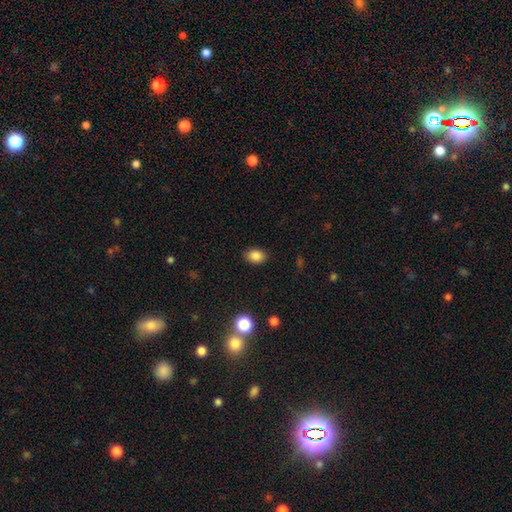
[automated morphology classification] A smooth galaxy with no disk features (85%) that is in between round and cigar-shaped (73%).

Vote fractions:
- Smooth or featured? smooth: 85% / star or artifact: 10% / featured or disk: 5%
- How rounded? in between: 73% / round: 26% / cigar-shaped: 1%
- Merging? none: 87% / minor disturbance: 9% / major disturbance: 2% / merger: 1%